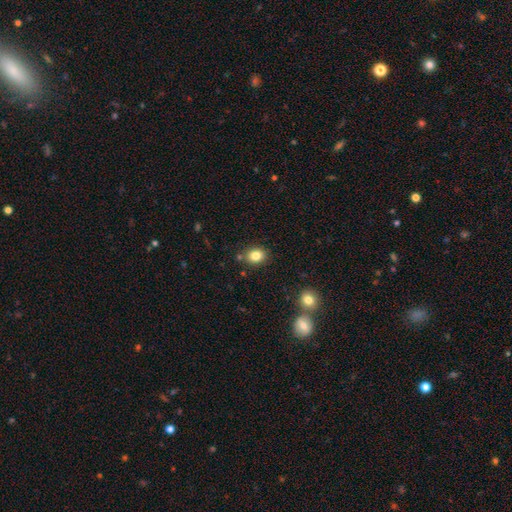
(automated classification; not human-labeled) smooth_or_featured: smooth (p=0.82) [alt: star or artifact p=0.11]
how_rounded: round (p=0.58) [alt: in between p=0.42]
merging: none (p=0.83) [alt: minor disturbance p=0.10]